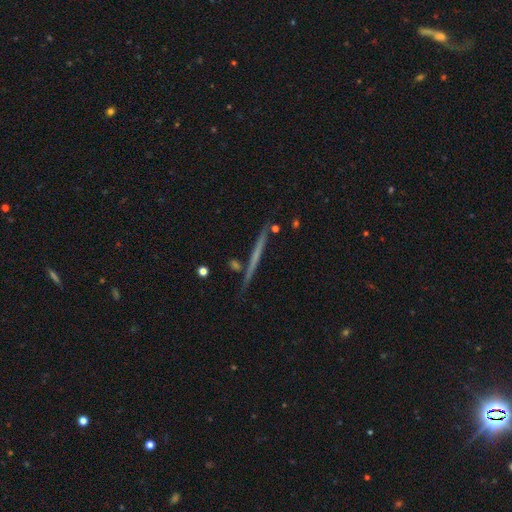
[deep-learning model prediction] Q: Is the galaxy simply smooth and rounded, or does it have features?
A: featured or disk — 59%.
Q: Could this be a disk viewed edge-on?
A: yes — 97%.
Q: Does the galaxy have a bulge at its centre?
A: none — 86%.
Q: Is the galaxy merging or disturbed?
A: none — 87%.